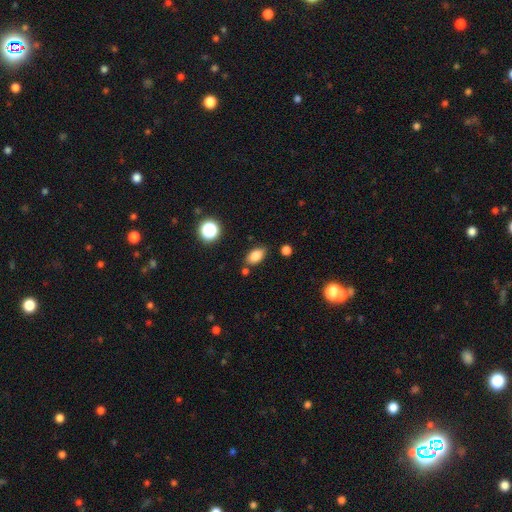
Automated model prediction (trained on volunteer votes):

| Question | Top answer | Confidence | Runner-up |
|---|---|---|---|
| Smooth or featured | smooth | 82% | star or artifact (10%) |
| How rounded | in between | 88% | round (9%) |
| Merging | none | 80% | minor disturbance (12%) |